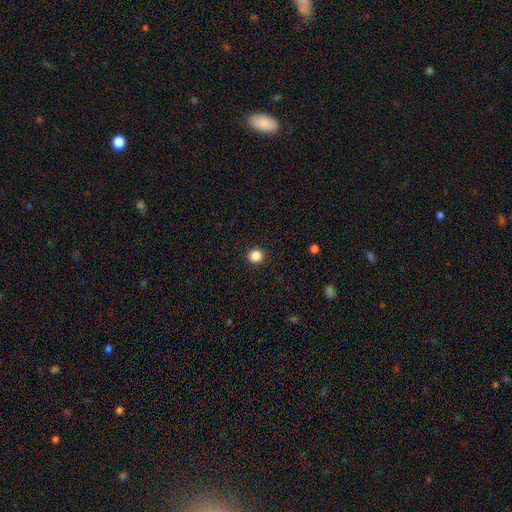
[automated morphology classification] Overall: smooth (86%). How rounded: round (93%). Merging: none (93%).